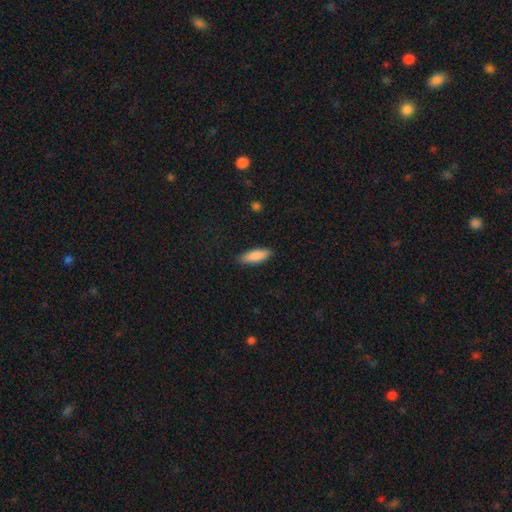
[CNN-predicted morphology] A smooth galaxy with no disk features (86%) that is in between round and cigar-shaped (53%). Merging: none (88%).